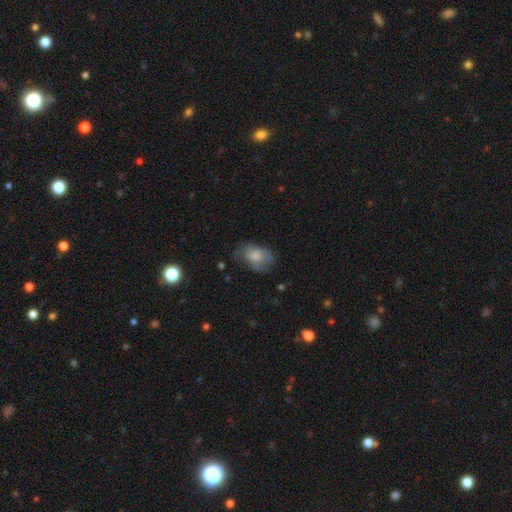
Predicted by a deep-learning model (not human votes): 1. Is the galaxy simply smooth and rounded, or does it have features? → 73% smooth, 19% featured or disk, 8% star or artifact.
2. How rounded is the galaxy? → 84% in between, 15% round, 1% cigar-shaped.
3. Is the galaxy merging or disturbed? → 48% none, 32% minor disturbance, 18% major disturbance, 2% merger.